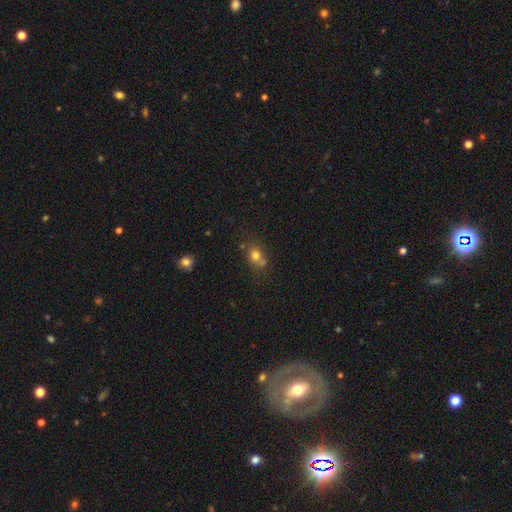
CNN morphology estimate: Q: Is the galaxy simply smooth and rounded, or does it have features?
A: smooth — 74%.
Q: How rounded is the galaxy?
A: round — 61%.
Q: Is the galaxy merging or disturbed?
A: none — 50%.